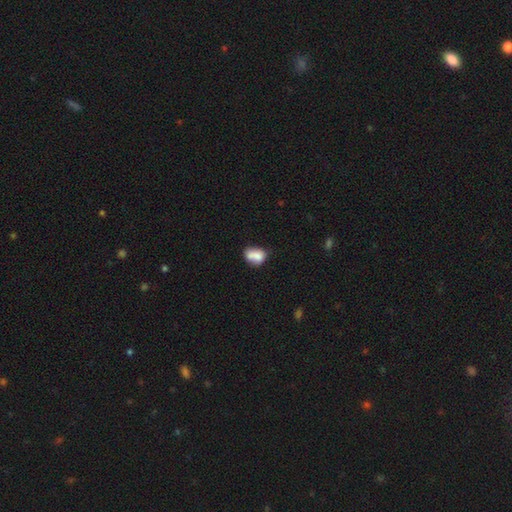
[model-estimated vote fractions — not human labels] A smooth galaxy with no disk features (76%) that is in between round and cigar-shaped (72%).

Vote fractions:
- Smooth or featured? smooth: 76% / featured or disk: 15% / star or artifact: 9%
- How rounded? in between: 72% / round: 26% / cigar-shaped: 2%
- Merging? none: 35% / merger: 34% / minor disturbance: 22% / major disturbance: 9%